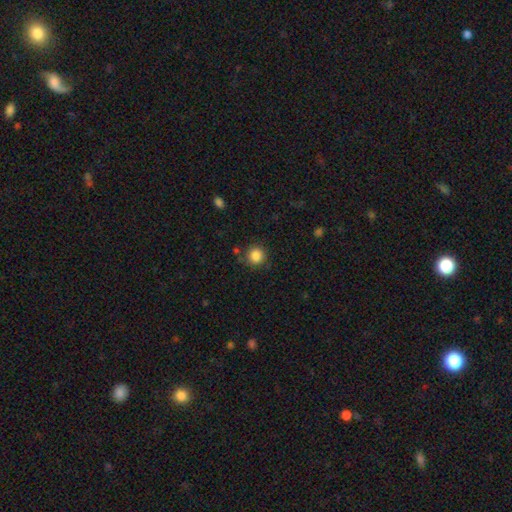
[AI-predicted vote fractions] A smooth galaxy with no disk features (86%) that is round (93%). Merging: none (85%).